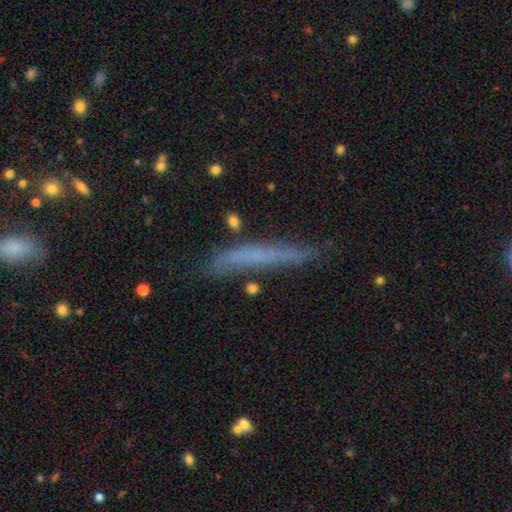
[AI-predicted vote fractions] This is possibly a smooth galaxy (57%). How rounded: clearly cigar-shaped (95%). Merging: likely none (72%).